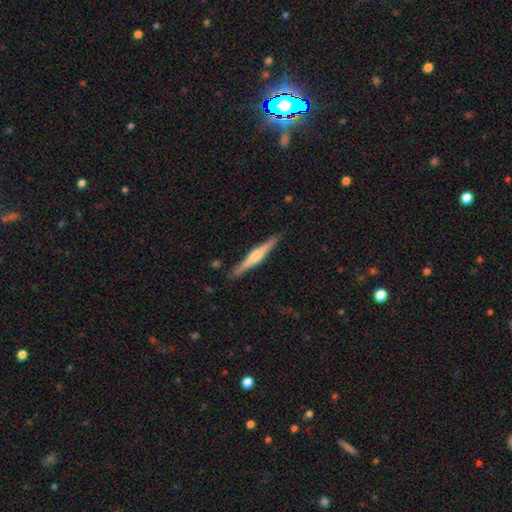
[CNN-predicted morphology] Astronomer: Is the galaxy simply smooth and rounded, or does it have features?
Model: featured or disk — 68%.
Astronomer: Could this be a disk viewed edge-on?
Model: yes — 98%.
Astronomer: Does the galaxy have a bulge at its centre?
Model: rounded — 79%.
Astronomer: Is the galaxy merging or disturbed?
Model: none — 89%.